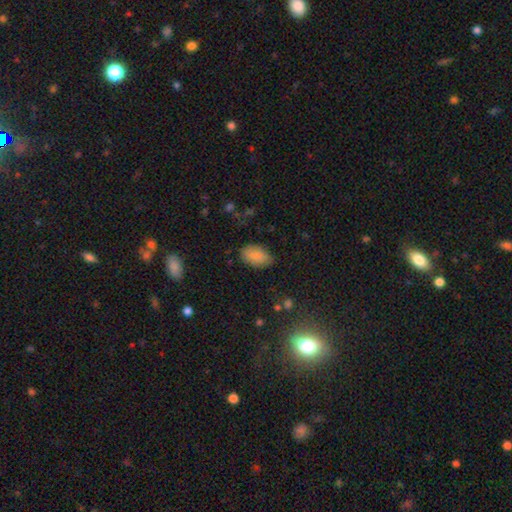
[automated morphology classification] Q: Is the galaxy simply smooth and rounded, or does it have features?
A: smooth — 86%.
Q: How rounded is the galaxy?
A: in between — 92%.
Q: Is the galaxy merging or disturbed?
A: none — 80%.